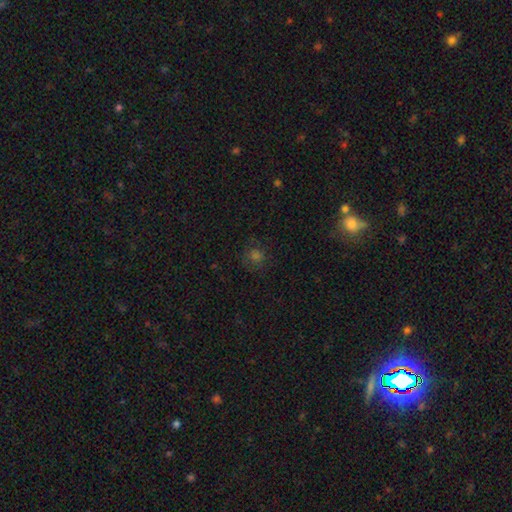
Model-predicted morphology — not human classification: Smooth or featured: smooth — 55% (star or artifact — 31%)
How rounded: round — 85% (in between — 14%)
Merging: none — 77% (minor disturbance — 13%)